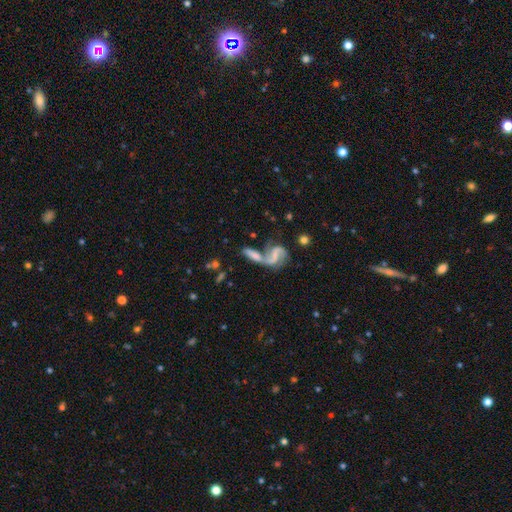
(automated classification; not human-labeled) A featured or disk galaxy (63%) with no bar (50%), spiral arms (74%) and no central bulge (41%). Merging: merger (50%).